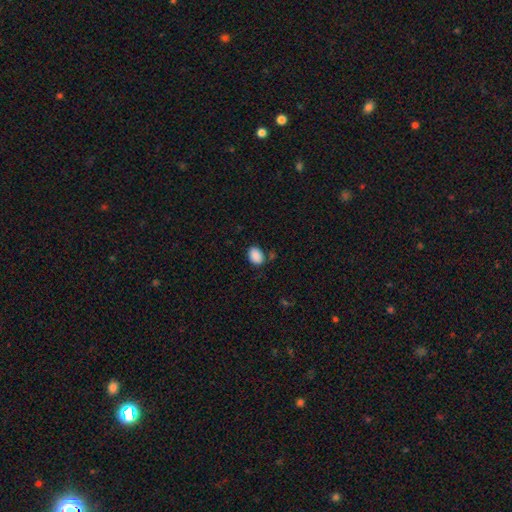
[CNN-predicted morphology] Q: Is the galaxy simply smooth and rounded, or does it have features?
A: smooth — 89%.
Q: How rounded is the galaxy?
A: in between — 78%.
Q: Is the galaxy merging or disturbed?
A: none — 77%.